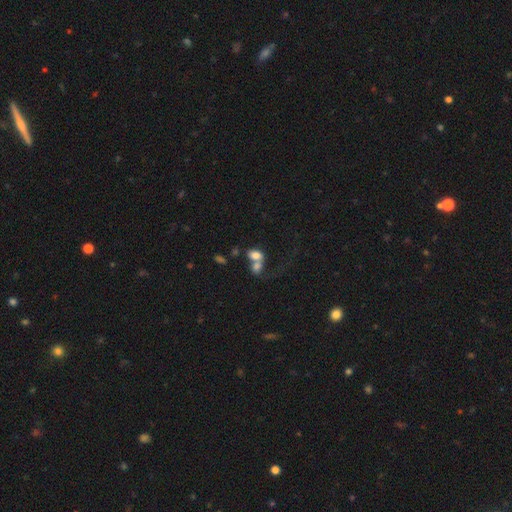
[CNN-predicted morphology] smooth-or-featured: smooth: 72% | featured or disk: 17% | star or artifact: 11%
  how-rounded: in between: 75% | round: 23% | cigar-shaped: 2%
  merging: merger: 66% | none: 18% | major disturbance: 9% | minor disturbance: 7%